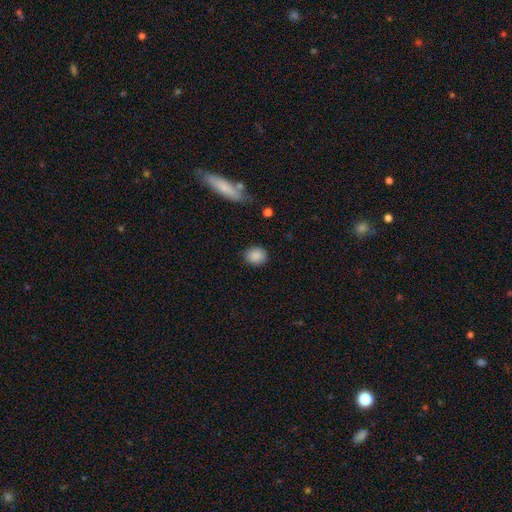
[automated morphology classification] smooth_or_featured: smooth (p=0.88) [alt: star or artifact p=0.08]
how_rounded: round (p=0.65) [alt: in between p=0.33]
merging: none (p=0.85) [alt: minor disturbance p=0.11]